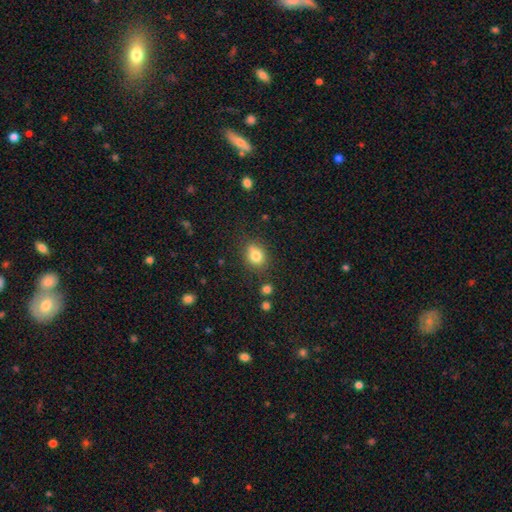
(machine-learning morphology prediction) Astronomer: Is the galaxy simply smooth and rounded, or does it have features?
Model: smooth — 81%.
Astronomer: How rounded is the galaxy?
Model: round — 58% (runner-up: in between, 41%).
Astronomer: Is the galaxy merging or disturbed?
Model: none — 71%.